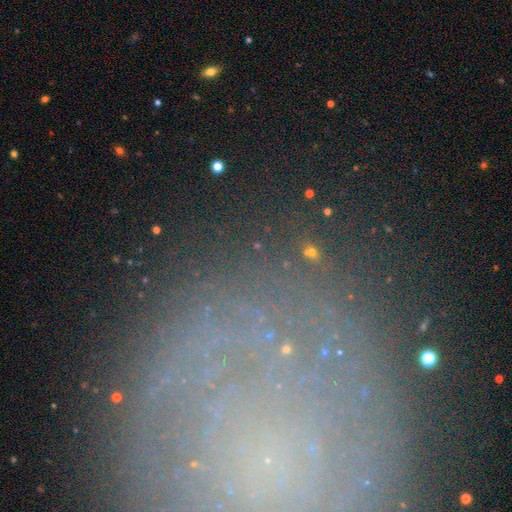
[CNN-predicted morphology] This is possibly a star or artifact rather than a galaxy (48%).